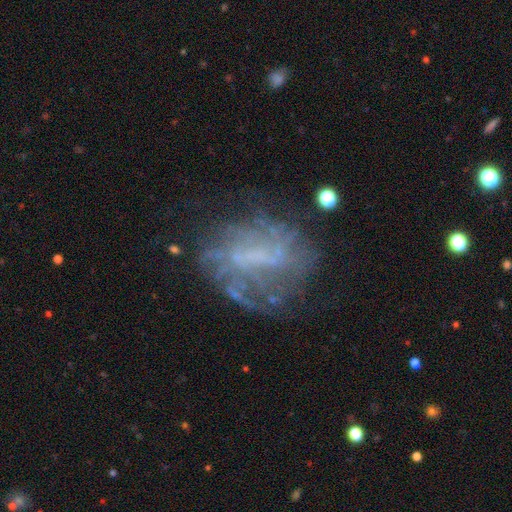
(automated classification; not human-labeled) Morphology: type=featured or disk (69%); edge-on=no (97%); bar=no (42%); spiral arms=yes (56%); bulge=none (58%); merging=none (59%).